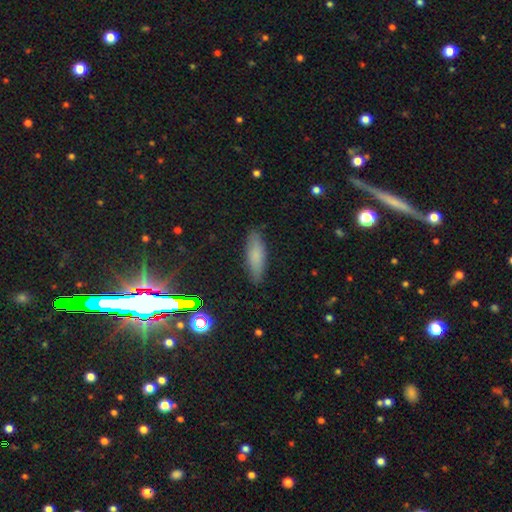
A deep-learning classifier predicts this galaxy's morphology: A smooth galaxy with no disk features (75%) that is cigar-shaped (52%).

Vote fractions:
- Smooth or featured? smooth: 75% / featured or disk: 14% / star or artifact: 11%
- How rounded? cigar-shaped: 52% / in between: 46% / round: 2%
- Merging? none: 85% / minor disturbance: 11% / major disturbance: 2% / merger: 1%